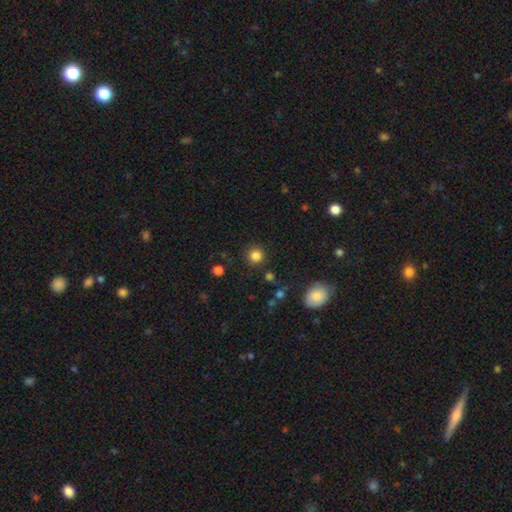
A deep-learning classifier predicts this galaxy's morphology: smooth-or-featured: smooth: 83% | star or artifact: 13% | featured or disk: 4%
  how-rounded: round: 93% | in between: 6% | cigar-shaped: 1%
  merging: none: 88% | minor disturbance: 7% | major disturbance: 3% | merger: 2%